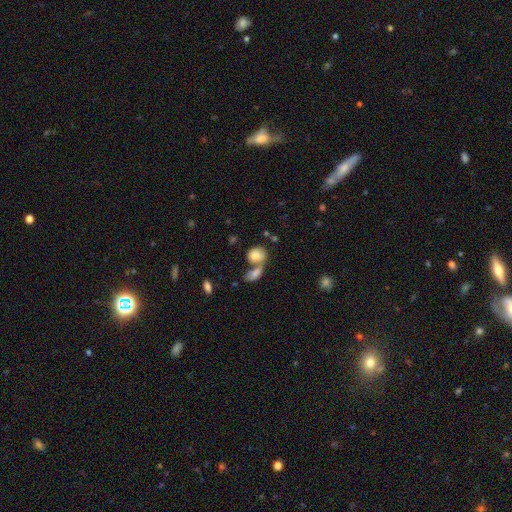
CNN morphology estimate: Q: Smooth or featured?
A: smooth (82%); runner-up: featured or disk (10%)
Q: How rounded?
A: in between (61%); runner-up: round (36%)
Q: Merging?
A: merger (57%); runner-up: none (30%)